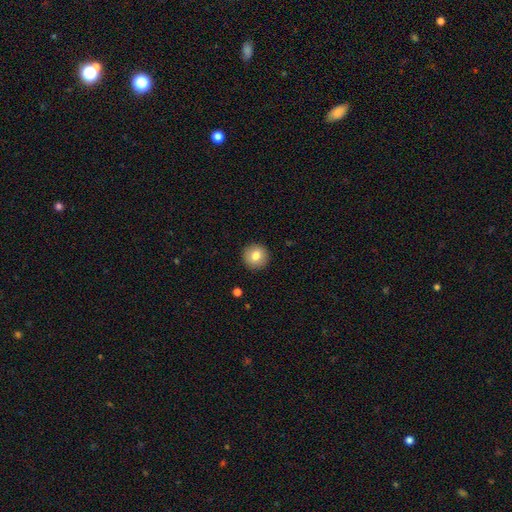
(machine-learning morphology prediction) smooth 81%, featured or disk 10%, star or artifact 9%. Down the decision tree: how rounded — round (95%); merging — none (92%).